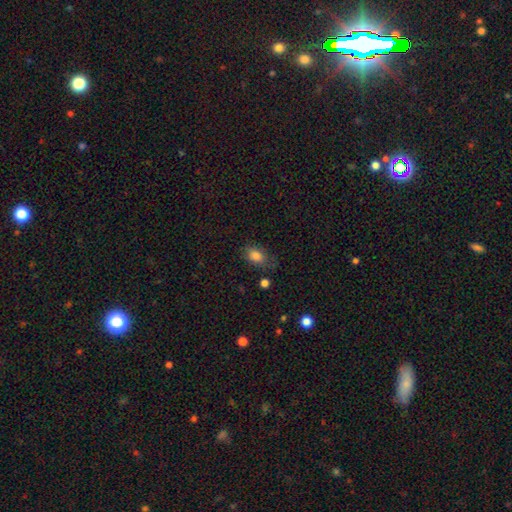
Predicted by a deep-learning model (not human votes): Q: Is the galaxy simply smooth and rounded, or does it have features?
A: smooth — 83%.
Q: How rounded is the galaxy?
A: in between — 83%.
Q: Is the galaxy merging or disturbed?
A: none — 65%.